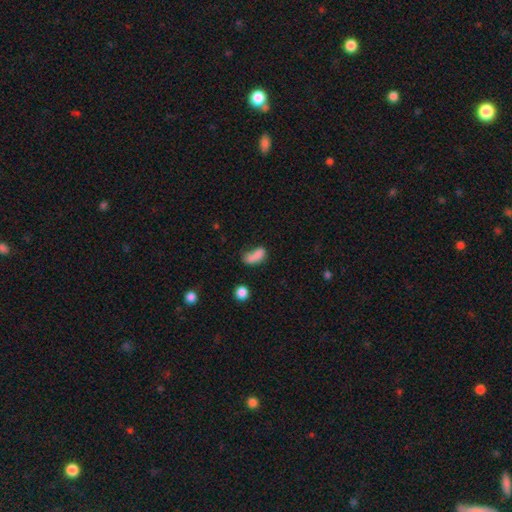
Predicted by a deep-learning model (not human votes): The model was most divided on "merging": none: 38%, minor disturbance: 25%, major disturbance: 21%, merger: 16%. More confident: how rounded — in between (81%); smooth or featured — smooth (77%).